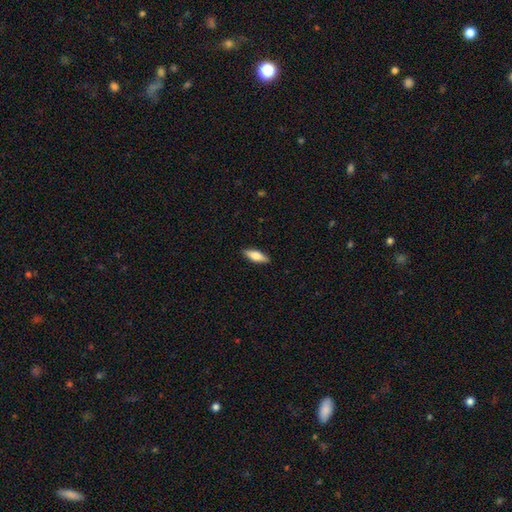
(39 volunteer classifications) A smooth galaxy with no disk features (62%) that is in between round and cigar-shaped (58%).

Vote fractions:
- Smooth or featured? smooth: 62% / featured or disk: 33% / star or artifact: 5%
- How rounded? in between: 58% / cigar-shaped: 38% / round: 4%
- Merging? none: 95% / major disturbance: 3% / merger: 3% / minor disturbance: 0%